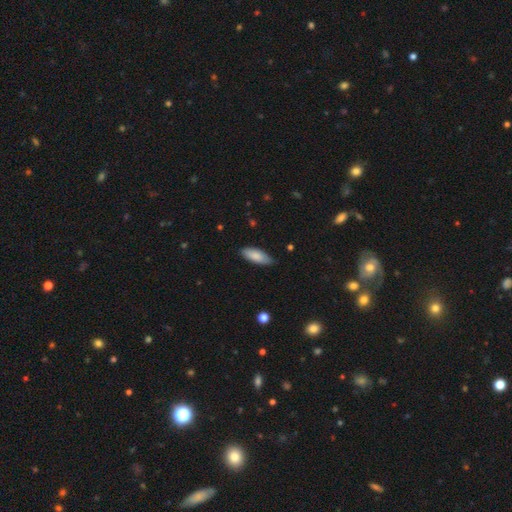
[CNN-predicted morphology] Smooth or featured? smooth (85%)
How rounded? in between (75%)
Merging? none (78%)